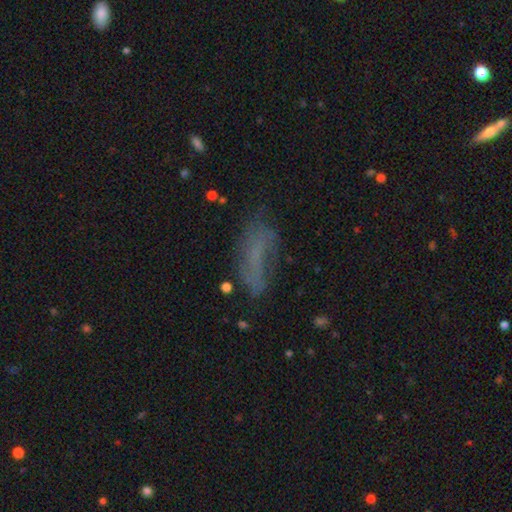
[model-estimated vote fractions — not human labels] smooth 50%, featured or disk 28%, star or artifact 22%. Down the decision tree: how rounded — in between (53%); merging — none (50%).